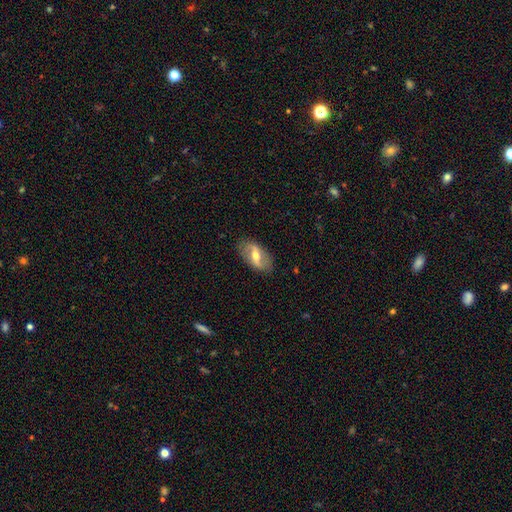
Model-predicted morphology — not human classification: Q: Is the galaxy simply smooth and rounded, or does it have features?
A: featured or disk — 66%.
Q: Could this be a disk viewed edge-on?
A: no — 89%.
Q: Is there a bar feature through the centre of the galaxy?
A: strong — 50%.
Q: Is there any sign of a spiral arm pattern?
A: yes — 61%.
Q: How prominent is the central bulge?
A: moderate — 71%.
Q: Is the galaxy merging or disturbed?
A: none — 84%.